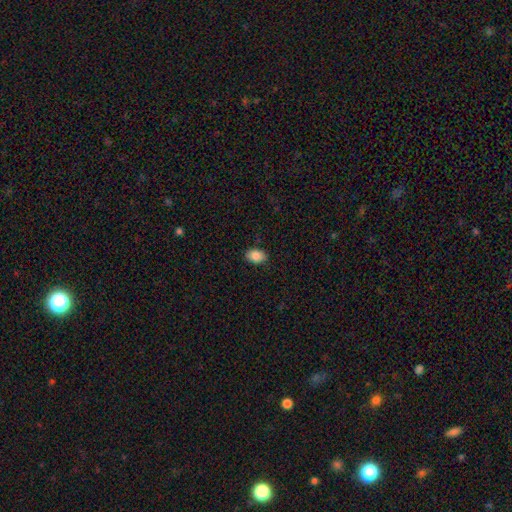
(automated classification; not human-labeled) The model was most divided on "how rounded": in between: 83%, round: 16%, cigar-shaped: 1%. More confident: smooth or featured — smooth (87%); merging — none (87%).